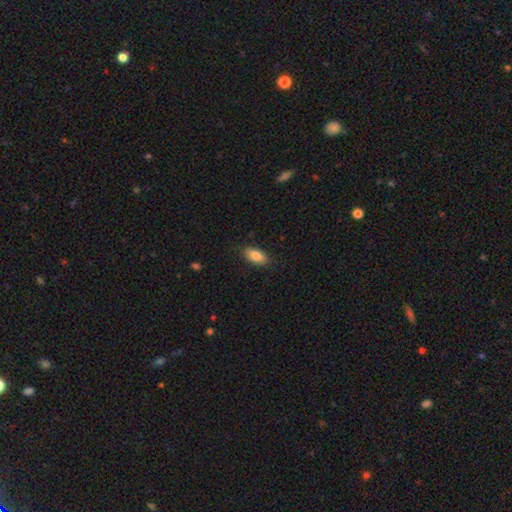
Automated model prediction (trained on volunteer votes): A smooth galaxy with no disk features (85%) that is in between round and cigar-shaped (89%).

Vote fractions:
- Smooth or featured? smooth: 85% / featured or disk: 8% / star or artifact: 7%
- How rounded? in between: 89% / cigar-shaped: 8% / round: 3%
- Merging? none: 86% / minor disturbance: 11% / major disturbance: 2% / merger: 1%